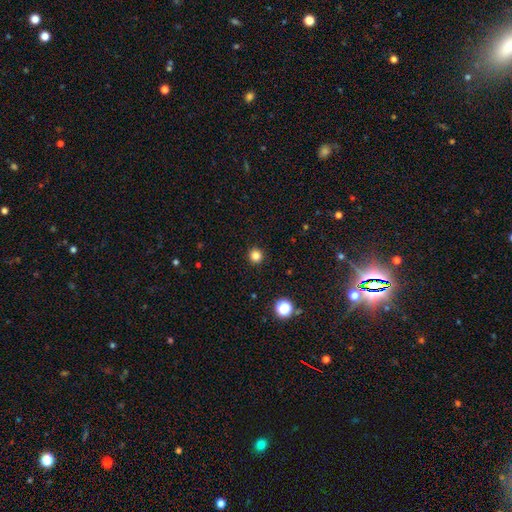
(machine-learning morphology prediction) Overall: smooth (83%). How rounded: round (95%). Merging: none (93%).